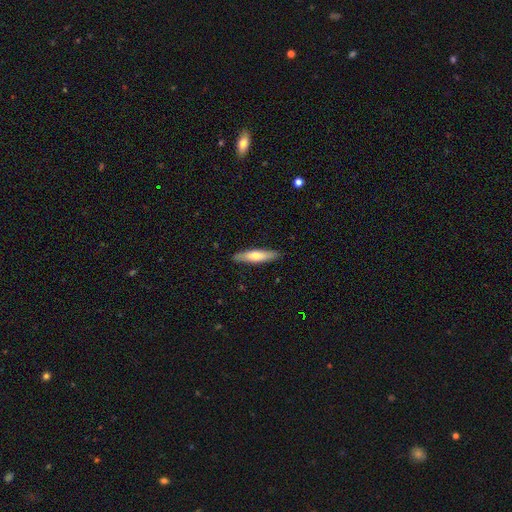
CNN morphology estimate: The model was most divided on "smooth or featured": smooth: 63%, featured or disk: 32%, star or artifact: 6%. More confident: merging — none (88%); how rounded — cigar-shaped (76%).